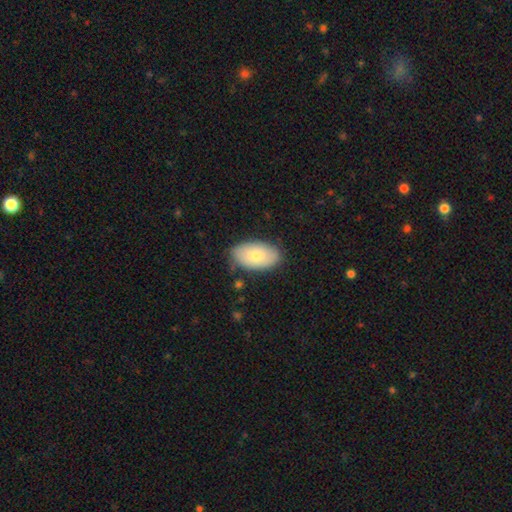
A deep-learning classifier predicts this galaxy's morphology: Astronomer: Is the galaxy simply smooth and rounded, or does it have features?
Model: smooth — 76%.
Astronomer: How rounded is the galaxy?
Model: in between — 94%.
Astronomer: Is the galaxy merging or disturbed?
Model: none — 81%.